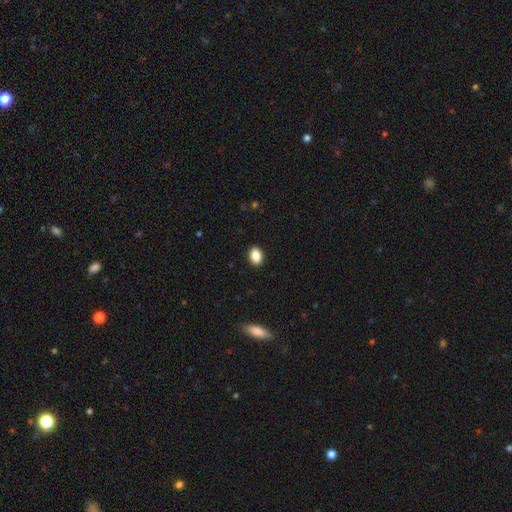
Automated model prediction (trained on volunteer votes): Q: Smooth or featured?
A: smooth (87%); runner-up: star or artifact (9%)
Q: How rounded?
A: in between (78%); runner-up: round (20%)
Q: Merging?
A: none (91%); runner-up: minor disturbance (7%)